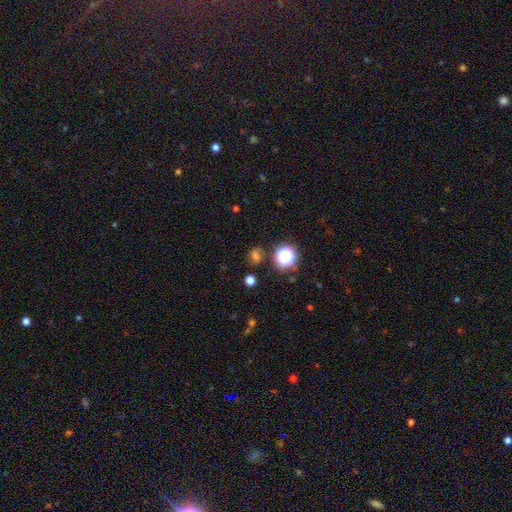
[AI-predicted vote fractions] smooth-or-featured: smooth: 64% | star or artifact: 29% | featured or disk: 7%
  how-rounded: round: 66% | in between: 33% | cigar-shaped: 1%
  merging: none: 77% | minor disturbance: 13% | merger: 5% | major disturbance: 5%